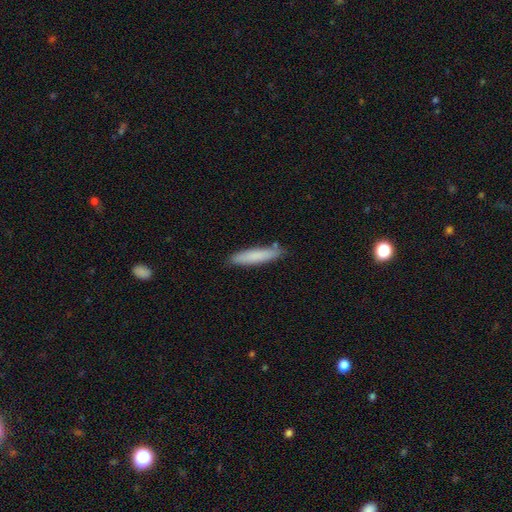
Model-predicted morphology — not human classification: Smooth or featured? smooth (79%)
How rounded? cigar-shaped (89%)
Merging? none (84%)